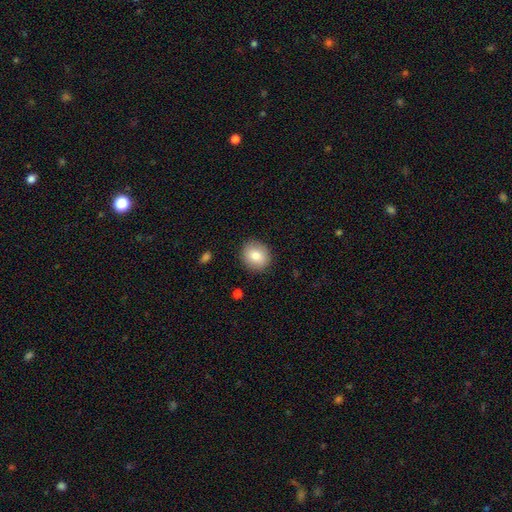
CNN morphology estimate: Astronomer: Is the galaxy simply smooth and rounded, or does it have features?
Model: smooth — 82%.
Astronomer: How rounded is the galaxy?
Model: round — 77%.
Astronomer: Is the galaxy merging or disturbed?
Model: none — 89%.